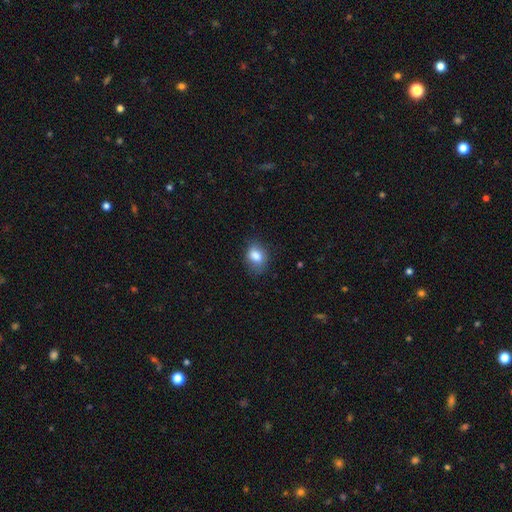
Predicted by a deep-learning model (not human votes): Smooth or featured: smooth — 82% (star or artifact — 9%)
How rounded: in between — 67% (round — 31%)
Merging: none — 68% (minor disturbance — 24%)